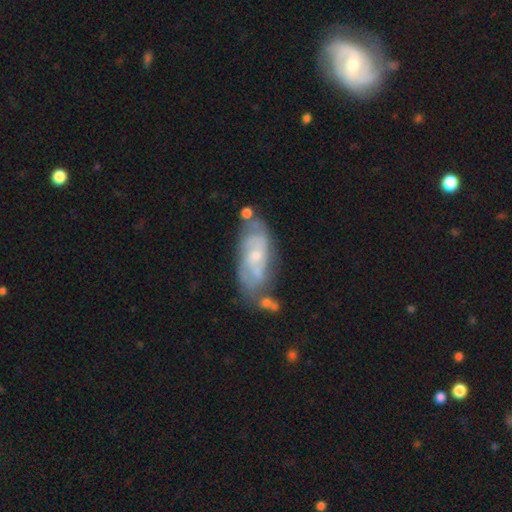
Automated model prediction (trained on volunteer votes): smooth_or_featured: featured or disk (p=0.72) [alt: smooth p=0.22]
disk_edge_on: no (p=0.91) [alt: yes p=0.09]
bar: no (p=0.55) [alt: weak p=0.38]
has_spiral_arms: yes (p=0.84) [alt: no p=0.16]
spiral_winding: tight (p=0.42) [alt: medium p=0.40]
spiral_arm_count: 2 (p=0.42) [alt: can't tell p=0.39]
bulge_size: small (p=0.56) [alt: moderate p=0.37]
merging: none (p=0.54) [alt: minor disturbance p=0.23]